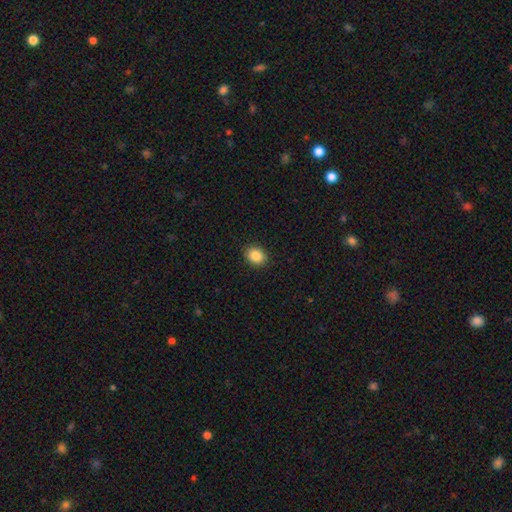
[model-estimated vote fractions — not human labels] smooth-or-featured: smooth: 87% | star or artifact: 9% | featured or disk: 4%
  how-rounded: in between: 52% | round: 47% | cigar-shaped: 1%
  merging: none: 90% | minor disturbance: 7% | major disturbance: 2% | merger: 1%